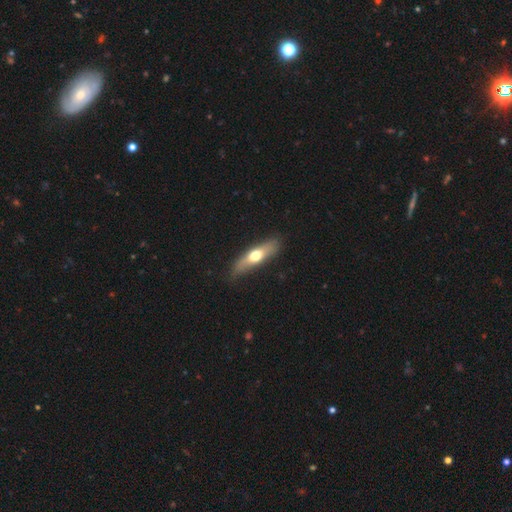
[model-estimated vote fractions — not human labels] Smooth or featured? Predicted: smooth (p=0.52). How rounded? Predicted: cigar-shaped (p=0.66). Merging? Predicted: none (p=0.82).